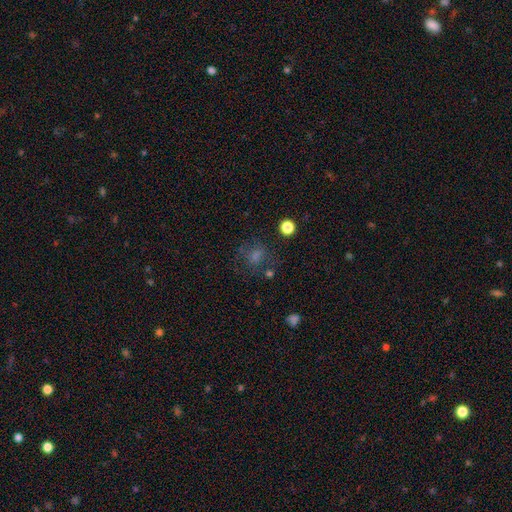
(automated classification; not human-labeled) Morphology: type=smooth (48%); merging=none (68%).